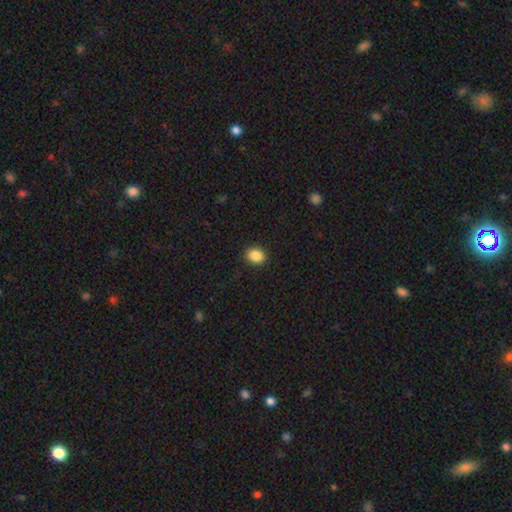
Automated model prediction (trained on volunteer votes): Smooth or featured?
  - smooth: 87% *
  - star or artifact: 9%
  - featured or disk: 4%
How rounded?
  - in between: 60% *
  - round: 39%
  - cigar-shaped: 1%
Merging?
  - none: 90% *
  - minor disturbance: 7%
  - major disturbance: 2%
  - merger: 1%